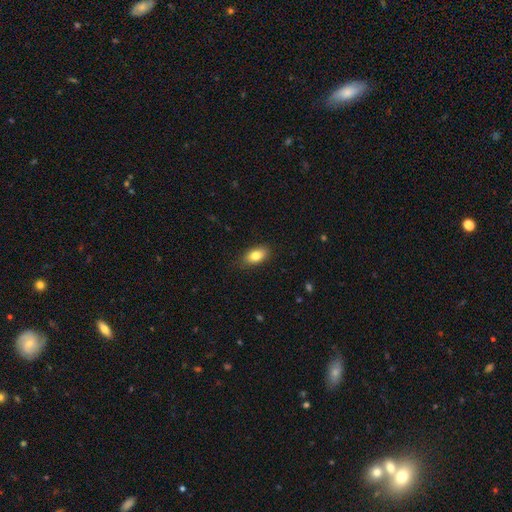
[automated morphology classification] smooth-or-featured: smooth: 81% | featured or disk: 11% | star or artifact: 8%
  how-rounded: in between: 89% | round: 7% | cigar-shaped: 4%
  merging: none: 83% | minor disturbance: 13% | major disturbance: 3% | merger: 1%